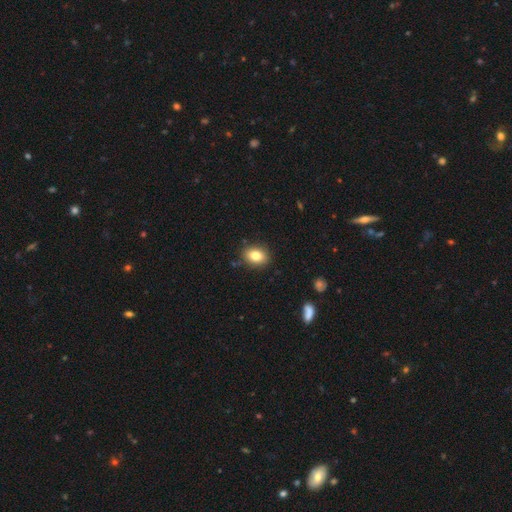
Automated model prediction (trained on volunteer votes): Smooth or featured? smooth (82%)
How rounded? in between (70%)
Merging? none (87%)